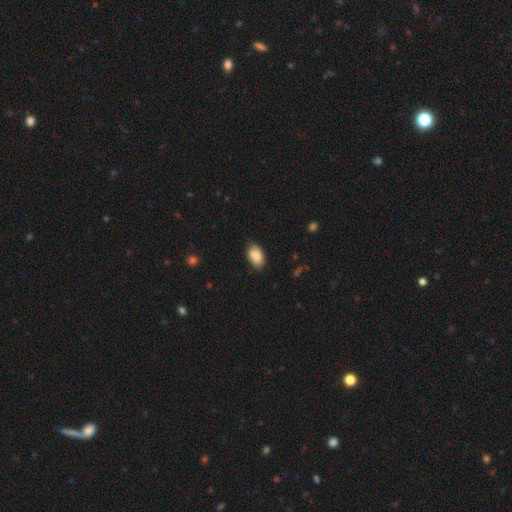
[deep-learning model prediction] smooth 88%, star or artifact 6%, featured or disk 5%. Down the decision tree: how rounded — in between (93%); merging — none (79%).